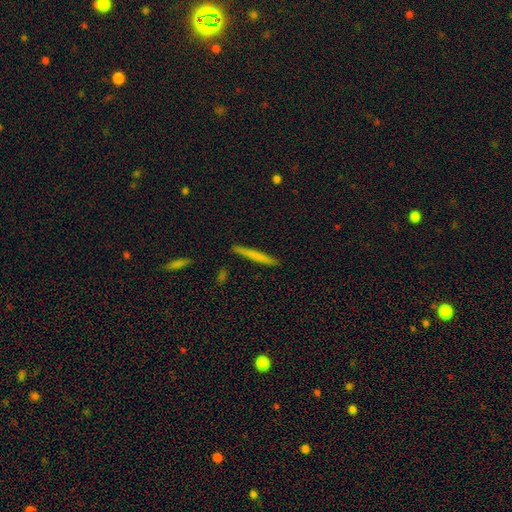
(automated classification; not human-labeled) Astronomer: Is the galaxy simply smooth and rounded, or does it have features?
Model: smooth — 66%.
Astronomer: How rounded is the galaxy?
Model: cigar-shaped — 97%.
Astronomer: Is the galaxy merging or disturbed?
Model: none — 91%.